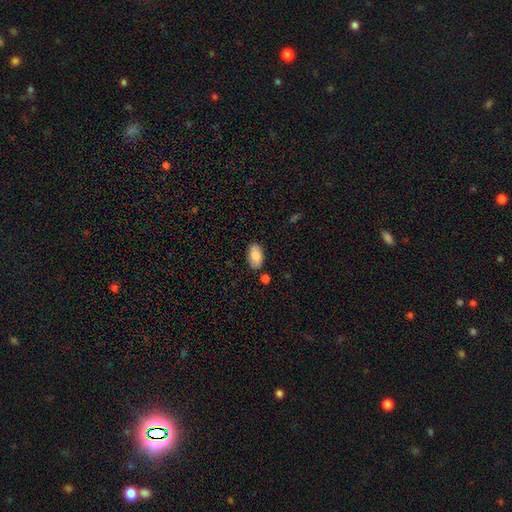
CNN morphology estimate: smooth_or_featured: smooth (p=0.74) [alt: featured or disk p=0.19]
how_rounded: in between (p=0.94) [alt: round p=0.04]
merging: none (p=0.81) [alt: minor disturbance p=0.13]